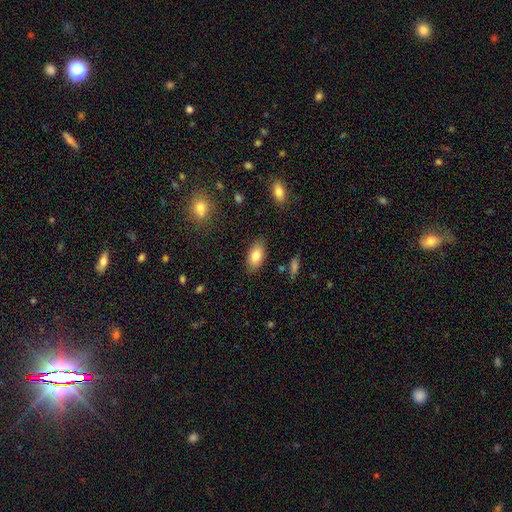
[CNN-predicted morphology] Smooth or featured: smooth — 82% (featured or disk — 11%)
How rounded: in between — 92% (round — 5%)
Merging: none — 85% (minor disturbance — 11%)